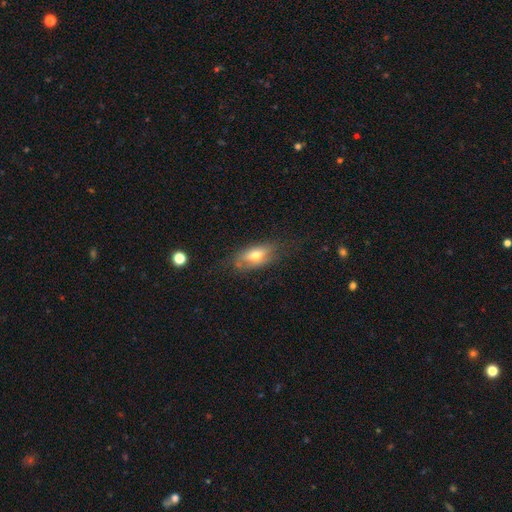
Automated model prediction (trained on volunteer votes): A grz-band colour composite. It shows a smooth galaxy with no disk features (63%) that is in between round and cigar-shaped (83%). Merging: none (64%).